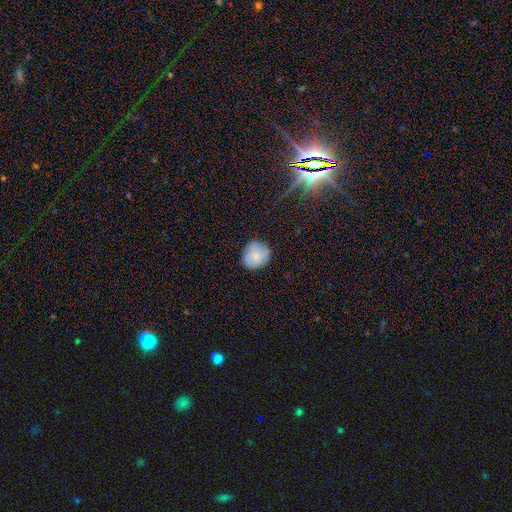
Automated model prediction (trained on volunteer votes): smooth-or-featured: smooth: 80% | featured or disk: 12% | star or artifact: 9%
  how-rounded: round: 87% | in between: 12% | cigar-shaped: 1%
  merging: none: 81% | minor disturbance: 15% | major disturbance: 3% | merger: 1%